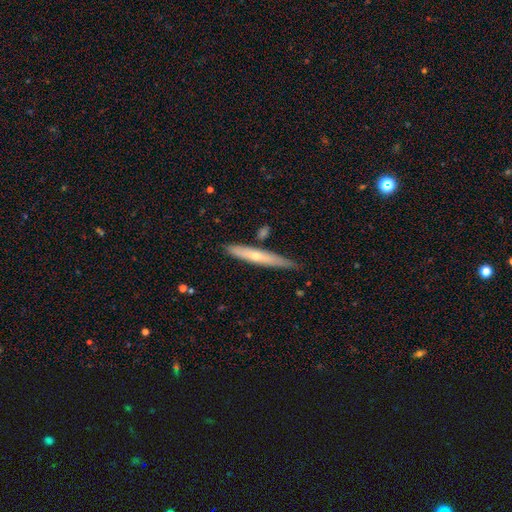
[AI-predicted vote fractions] This appears to be a featured or disk galaxy (47%). Merging: none (78%).